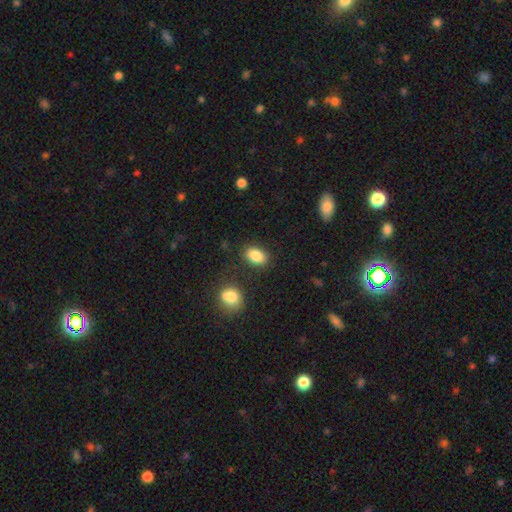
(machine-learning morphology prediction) Overall: smooth (87%). How rounded: in between (86%). Merging: none (82%).